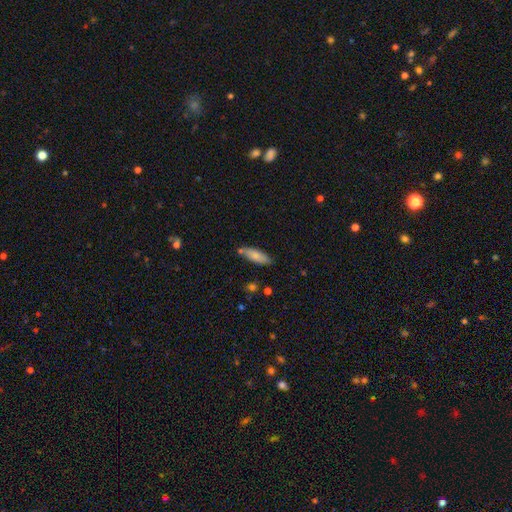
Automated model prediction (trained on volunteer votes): Morphology: type=smooth (78%); roundness=in between (58%); merging=none (74%).